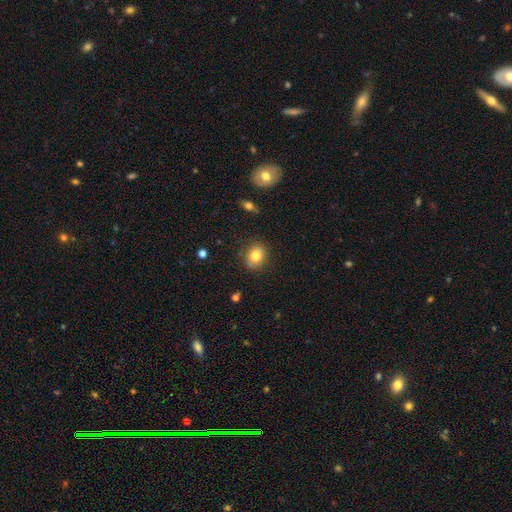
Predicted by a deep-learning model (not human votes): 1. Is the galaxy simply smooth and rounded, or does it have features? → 79% smooth, 11% featured or disk, 10% star or artifact.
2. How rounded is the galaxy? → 59% round, 40% in between, 1% cigar-shaped.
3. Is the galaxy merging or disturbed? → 84% none, 12% minor disturbance, 3% major disturbance, 2% merger.